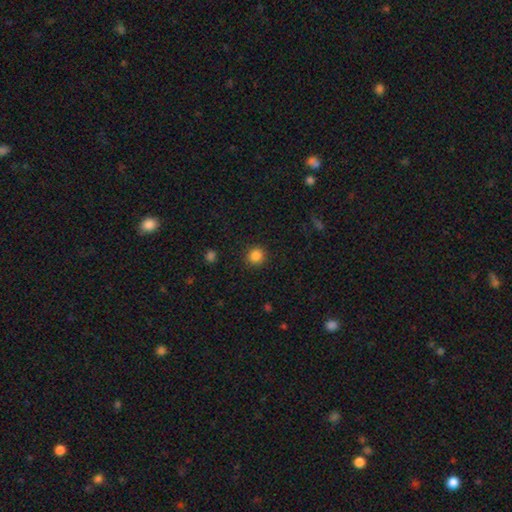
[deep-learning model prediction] smooth 84%, star or artifact 12%, featured or disk 4%. Down the decision tree: how rounded — round (92%); merging — none (91%).